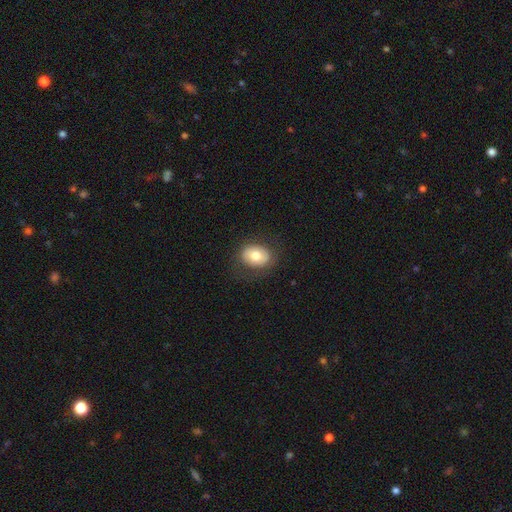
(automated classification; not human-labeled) Smooth or featured? Predicted: smooth (p=0.72). How rounded? Predicted: in between (p=0.60). Merging? Predicted: none (p=0.80).